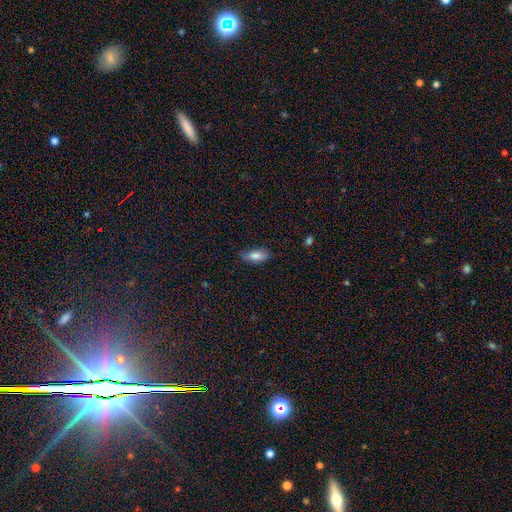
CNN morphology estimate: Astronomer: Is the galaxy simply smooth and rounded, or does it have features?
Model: smooth — 81%.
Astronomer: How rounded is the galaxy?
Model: in between — 80%.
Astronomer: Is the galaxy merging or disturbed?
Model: none — 74%.